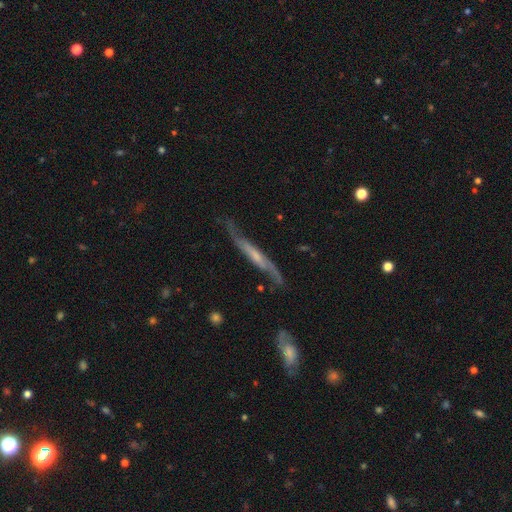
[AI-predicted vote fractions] featured or disk 74%, smooth 20%, star or artifact 6%. Down the decision tree: edge-on disk — yes (64%); merging — none (63%).